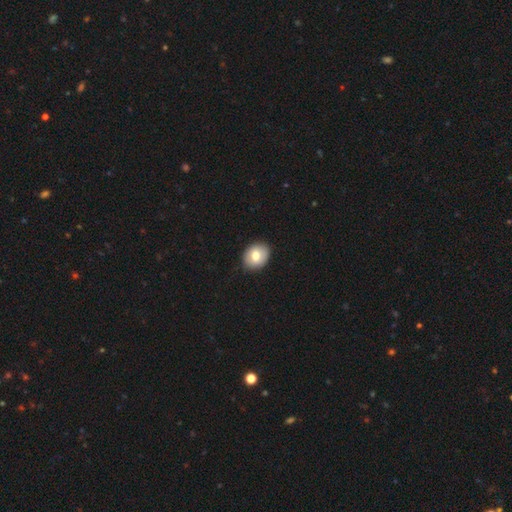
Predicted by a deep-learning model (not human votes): This is likely a smooth galaxy (75%). How rounded: possibly in between (51%). Merging: clearly none (88%).